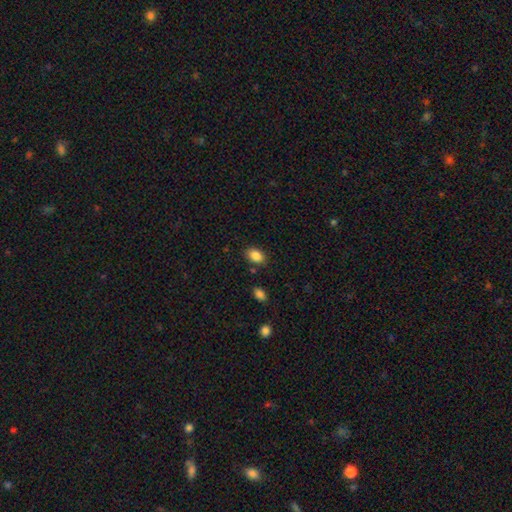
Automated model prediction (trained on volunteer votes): The model was most divided on "merging": none: 82%, minor disturbance: 12%, merger: 4%, major disturbance: 3%. More confident: smooth or featured — smooth (87%); how rounded — in between (86%).